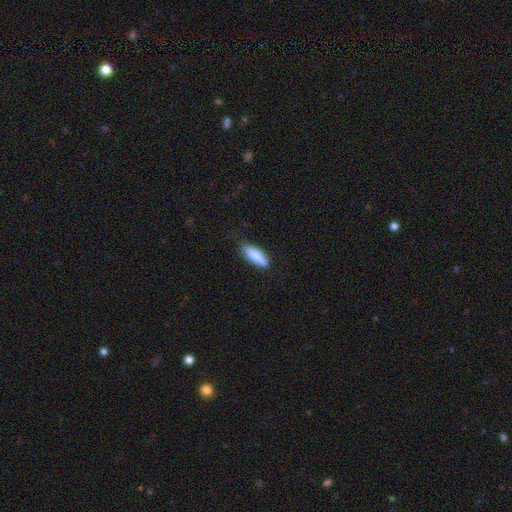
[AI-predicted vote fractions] smooth_or_featured: smooth (p=0.81) [alt: featured or disk p=0.13]
how_rounded: in between (p=0.66) [alt: cigar-shaped p=0.32]
merging: none (p=0.75) [alt: minor disturbance p=0.19]